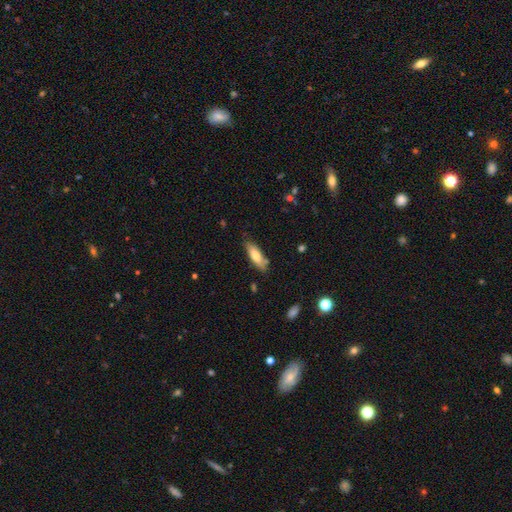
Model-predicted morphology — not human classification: Overall: smooth (71%). How rounded: in between (50%; cigar-shaped 48%). Merging: none (74%).